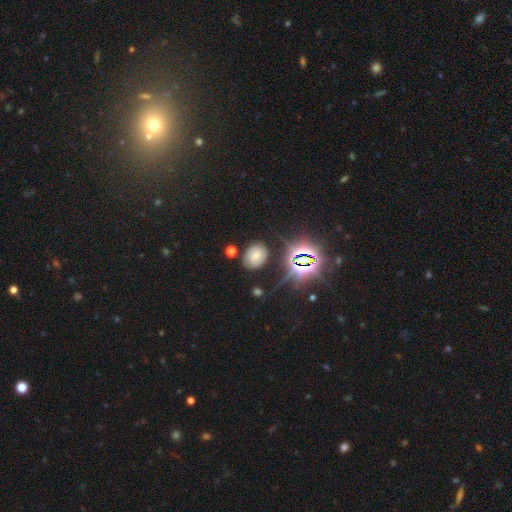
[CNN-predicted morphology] A smooth galaxy with no disk features (56%) that is in between round and cigar-shaped (50%). Merging: none (76%).